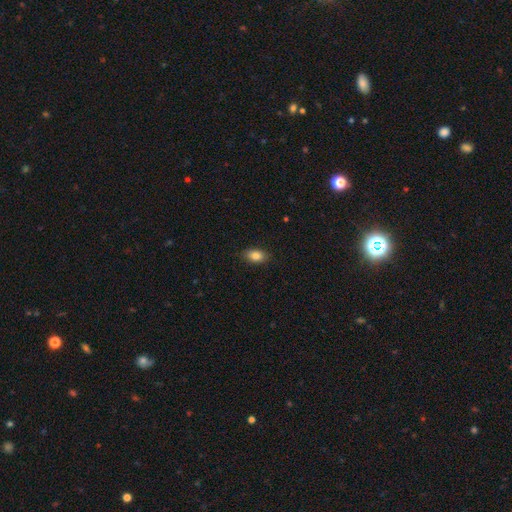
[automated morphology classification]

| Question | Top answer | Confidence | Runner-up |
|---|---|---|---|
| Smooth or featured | smooth | 86% | star or artifact (8%) |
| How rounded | in between | 88% | round (9%) |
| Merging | none | 86% | minor disturbance (11%) |